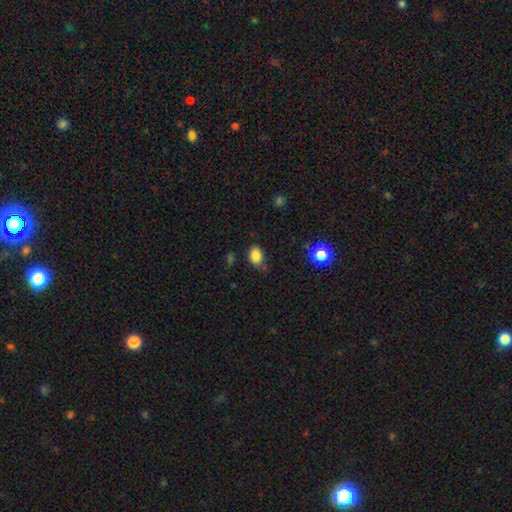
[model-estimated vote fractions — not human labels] A smooth galaxy with no disk features (85%) that is in between round and cigar-shaped (78%). Merging: none (73%).